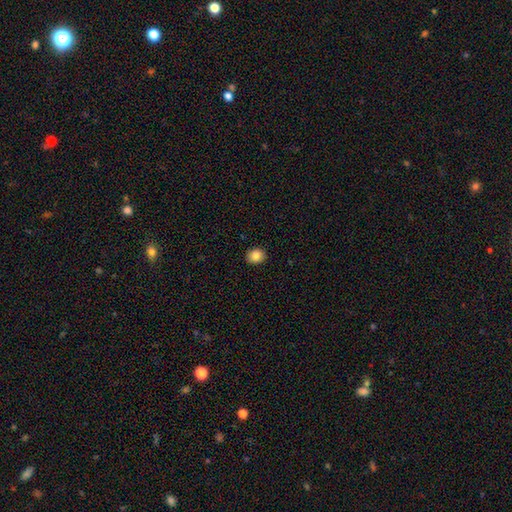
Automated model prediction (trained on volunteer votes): The model was most divided on "how rounded": round: 66%, in between: 33%, cigar-shaped: 1%. More confident: merging — none (90%); smooth or featured — smooth (85%).